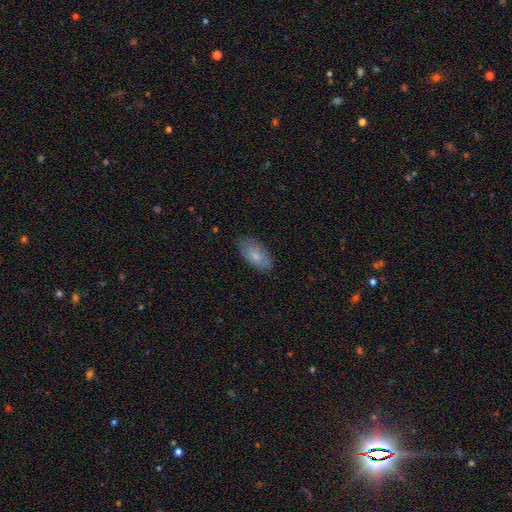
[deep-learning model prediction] Smooth or featured? Predicted: smooth (p=0.77). How rounded? Predicted: in between (p=0.92). Merging? Predicted: none (p=0.81).